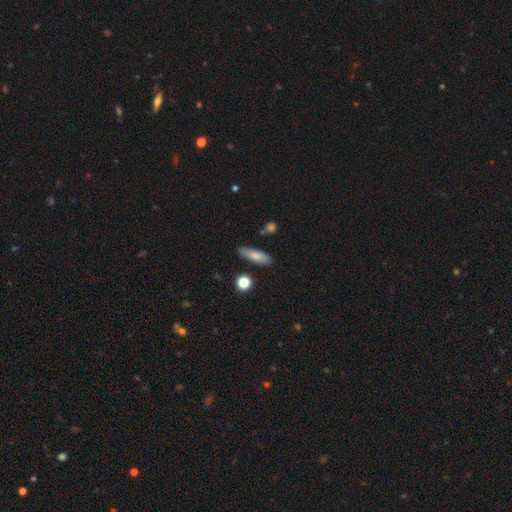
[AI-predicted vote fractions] Smooth or featured?
  - smooth: 78% *
  - featured or disk: 15%
  - star or artifact: 7%
How rounded?
  - cigar-shaped: 49% *
  - in between: 48%
  - round: 3%
Merging?
  - none: 81% *
  - minor disturbance: 12%
  - merger: 4%
  - major disturbance: 3%